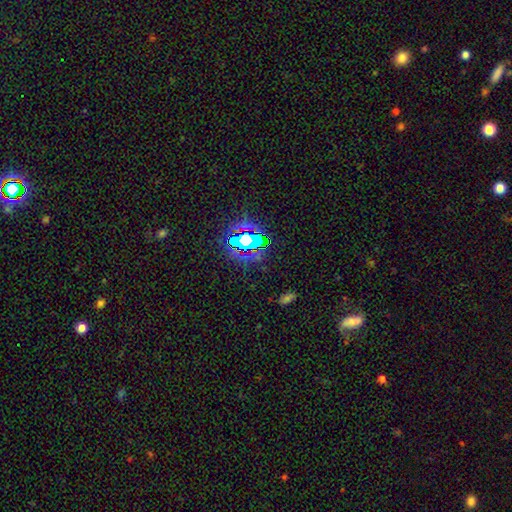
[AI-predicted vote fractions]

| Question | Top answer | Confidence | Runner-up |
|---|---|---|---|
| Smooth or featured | star or artifact | 69% | smooth (19%) |